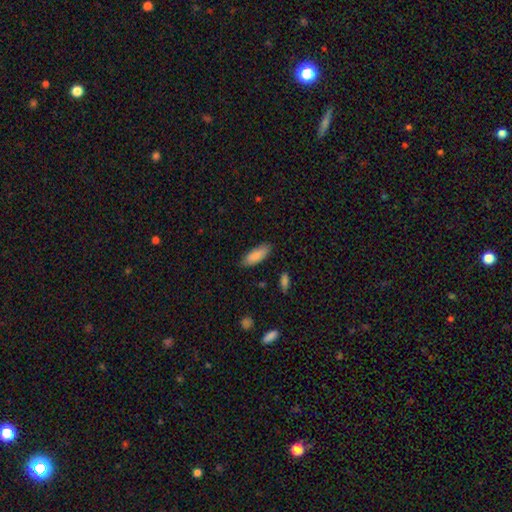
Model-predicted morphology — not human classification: This is clearly a smooth galaxy (84%). How rounded: likely in between (71%). Merging: clearly none (82%).